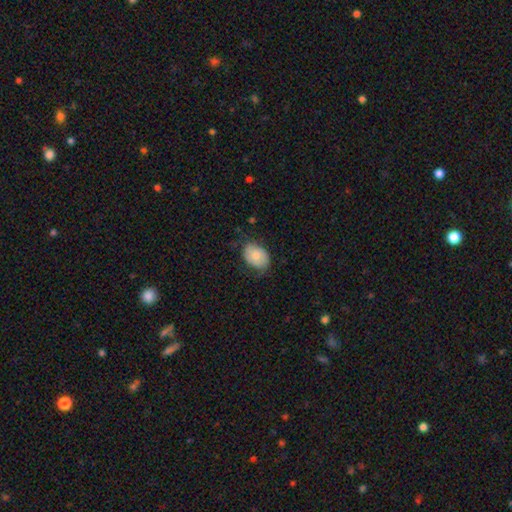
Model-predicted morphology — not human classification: Smooth or featured? Predicted: smooth (p=0.73). How rounded? Predicted: in between (p=0.76). Merging? Predicted: none (p=0.64).